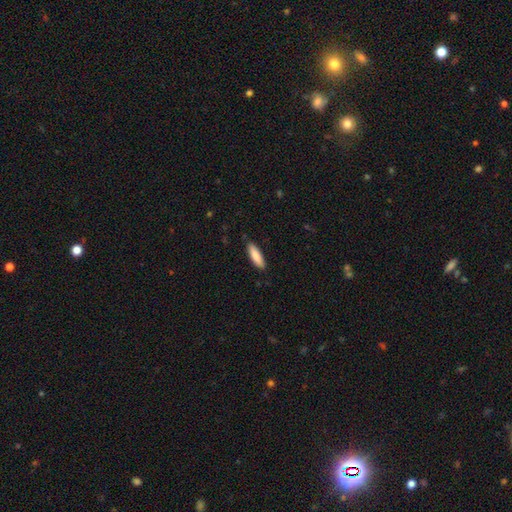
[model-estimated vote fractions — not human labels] The model was most divided on "how rounded": cigar-shaped: 61%, in between: 38%, round: 1%. More confident: merging — none (87%); smooth or featured — smooth (85%).